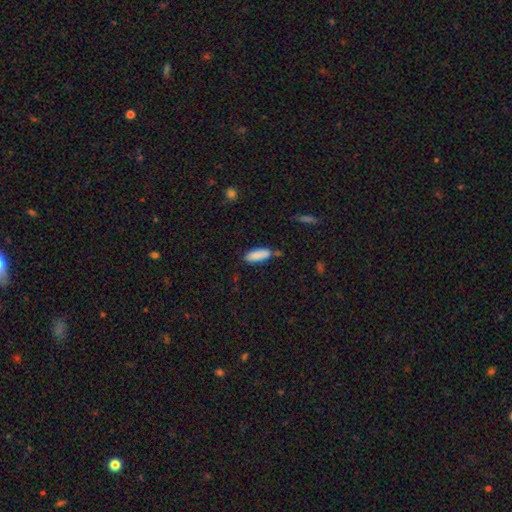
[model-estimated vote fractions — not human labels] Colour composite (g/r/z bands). It shows a smooth galaxy with no disk features (88%) that is in between round and cigar-shaped (68%). Merging: none (69%).